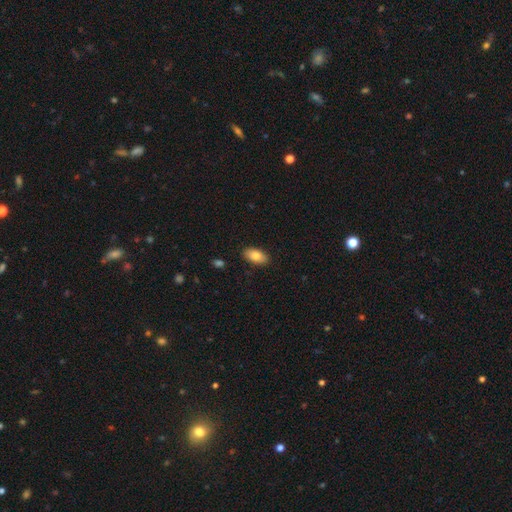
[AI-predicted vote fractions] This is clearly a smooth galaxy (83%). How rounded: clearly in between (93%). Merging: clearly none (88%).